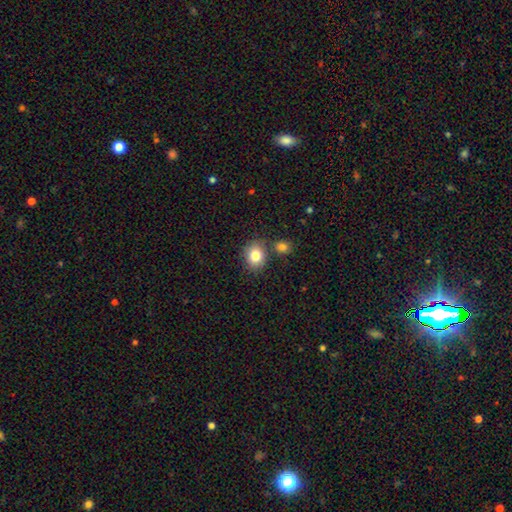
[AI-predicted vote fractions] smooth-or-featured: smooth: 82% | star or artifact: 10% | featured or disk: 8%
  how-rounded: round: 61% | in between: 38% | cigar-shaped: 1%
  merging: none: 72% | merger: 14% | minor disturbance: 11% | major disturbance: 3%